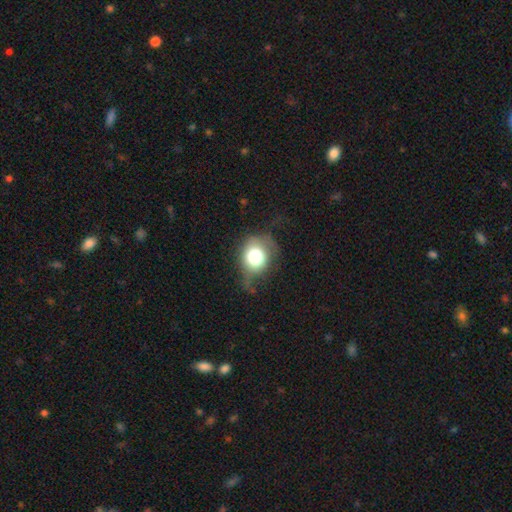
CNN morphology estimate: smooth_or_featured: smooth (p=0.67) [alt: featured or disk p=0.21]
how_rounded: round (p=0.72) [alt: in between p=0.27]
merging: none (p=0.47) [alt: minor disturbance p=0.32]